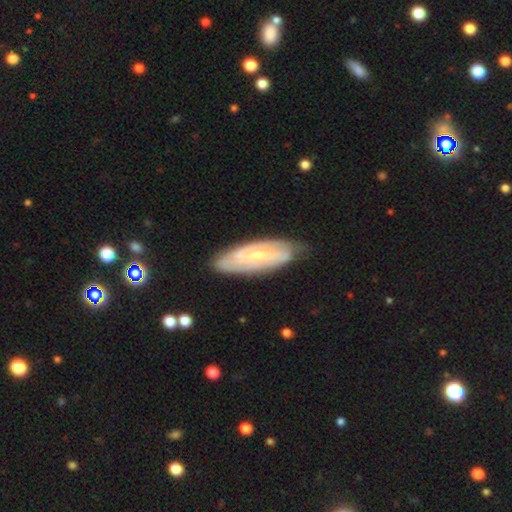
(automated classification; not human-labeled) Smooth or featured? featured or disk (75%)
Edge-on disk? no (86%)
Bar? weak (44%)
Spiral arms? yes (89%)
Spiral winding? tight (47%)
Spiral arm count? 2 (58%)
Bulge size? small (70%)
Merging? none (79%)